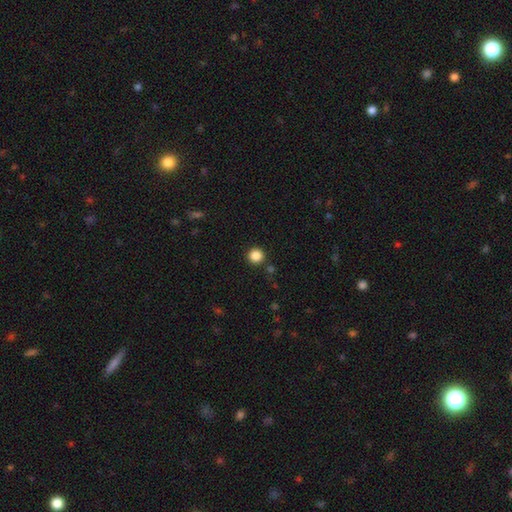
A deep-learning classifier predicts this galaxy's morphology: Smooth or featured? smooth (85%)
How rounded? round (95%)
Merging? none (91%)